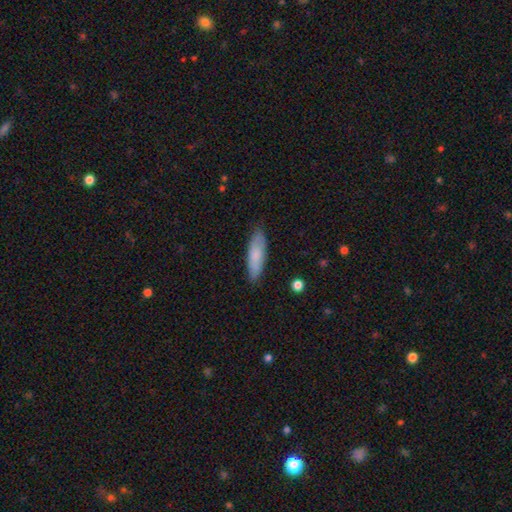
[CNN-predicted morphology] Overall: smooth (79%). How rounded: cigar-shaped (53%; in between 46%). Merging: none (85%).